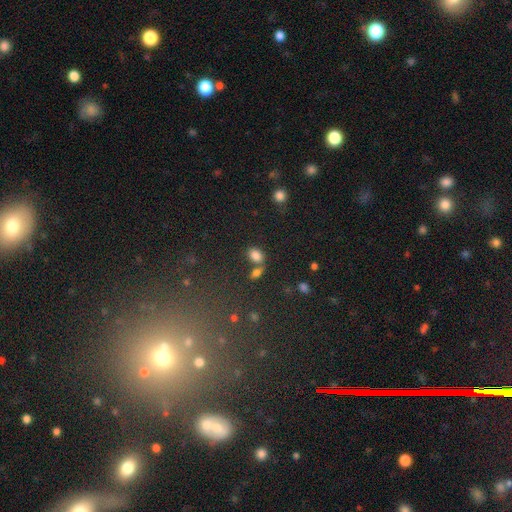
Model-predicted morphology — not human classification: type=smooth (83%); roundness=in between (83%); merging=none (53%).